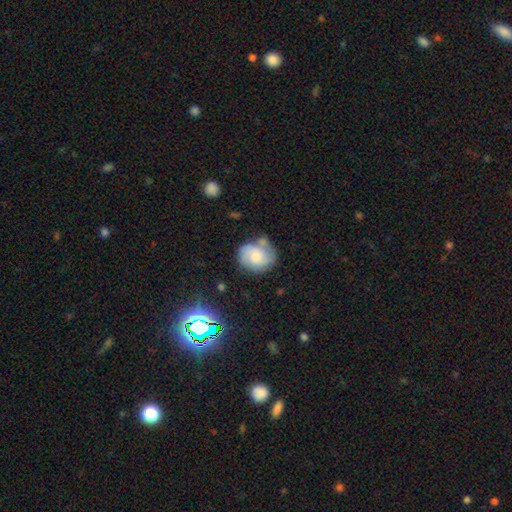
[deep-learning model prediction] Morphology: type=smooth (50%); merging=none (50%).